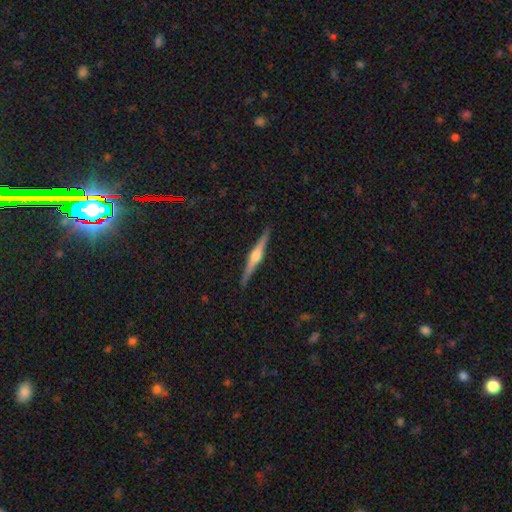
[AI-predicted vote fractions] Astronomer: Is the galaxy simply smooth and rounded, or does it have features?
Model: featured or disk — 79%.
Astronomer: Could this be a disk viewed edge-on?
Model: yes — 98%.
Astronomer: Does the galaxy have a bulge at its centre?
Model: rounded — 90%.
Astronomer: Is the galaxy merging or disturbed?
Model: none — 91%.